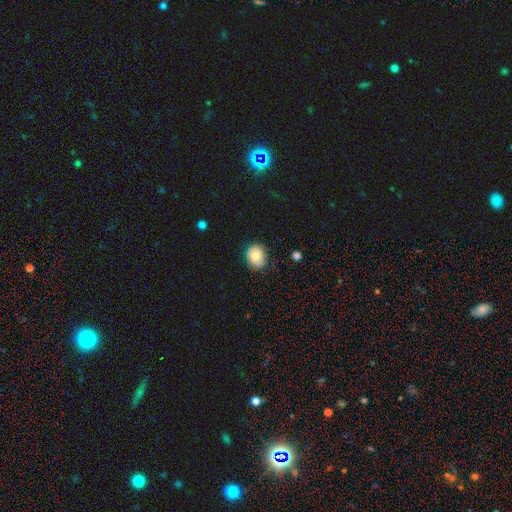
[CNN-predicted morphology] This appears to be a smooth galaxy with no disk features (66%) that is round (62%). Merging: none (75%).